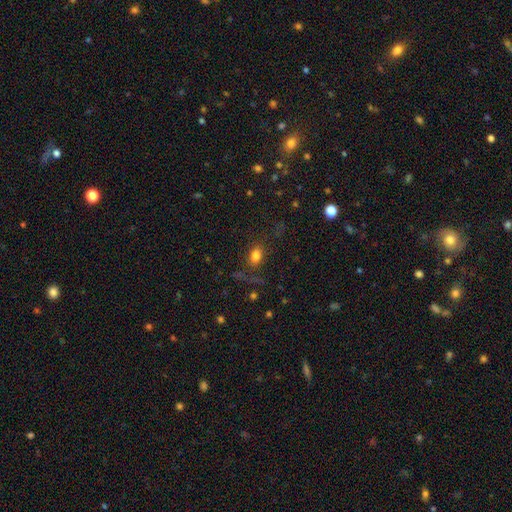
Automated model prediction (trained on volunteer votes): Smooth or featured: smooth — 79% (star or artifact — 12%)
How rounded: in between — 76% (round — 22%)
Merging: none — 76% (minor disturbance — 13%)